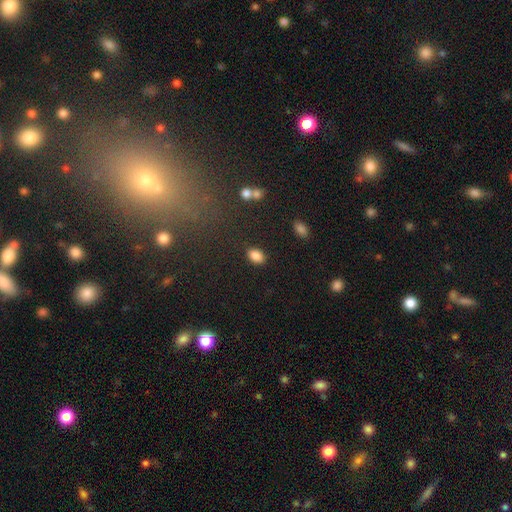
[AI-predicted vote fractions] smooth_or_featured: smooth (p=0.86) [alt: star or artifact p=0.09]
how_rounded: in between (p=0.83) [alt: round p=0.15]
merging: none (p=0.85) [alt: minor disturbance p=0.10]